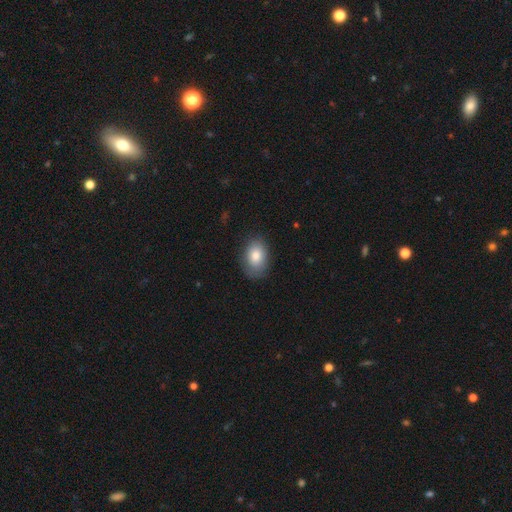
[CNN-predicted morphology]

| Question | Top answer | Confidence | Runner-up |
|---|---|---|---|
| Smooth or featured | smooth | 82% | featured or disk (10%) |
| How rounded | in between | 82% | round (16%) |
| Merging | none | 81% | minor disturbance (15%) |